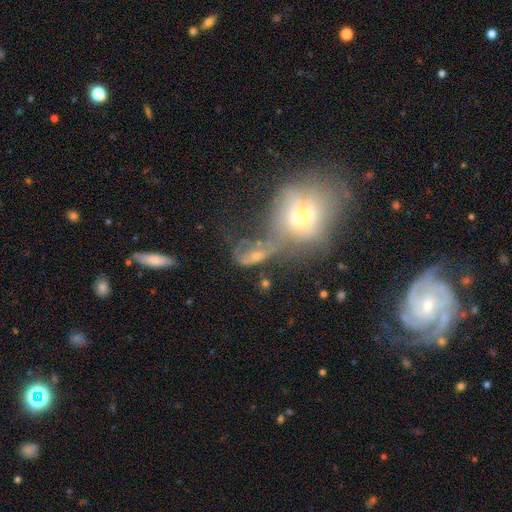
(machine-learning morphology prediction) A smooth galaxy with no disk features (42%).

Vote fractions:
- Smooth or featured? smooth: 42% / featured or disk: 40% / star or artifact: 18%
- Merging? merger: 45% / none: 23% / major disturbance: 20% / minor disturbance: 12%